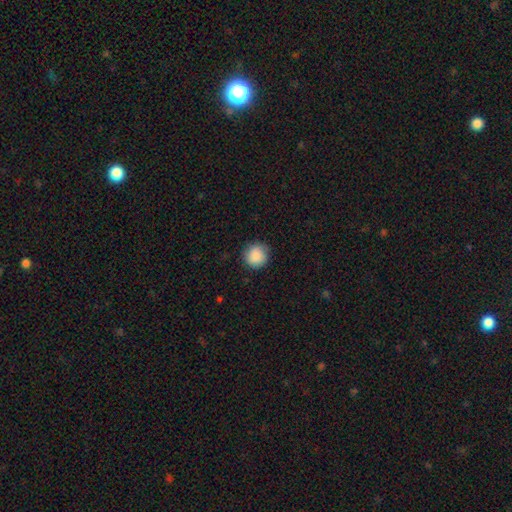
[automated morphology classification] smooth_or_featured: smooth (p=0.89) [alt: star or artifact p=0.08]
how_rounded: round (p=0.92) [alt: in between p=0.07]
merging: none (p=0.87) [alt: minor disturbance p=0.10]